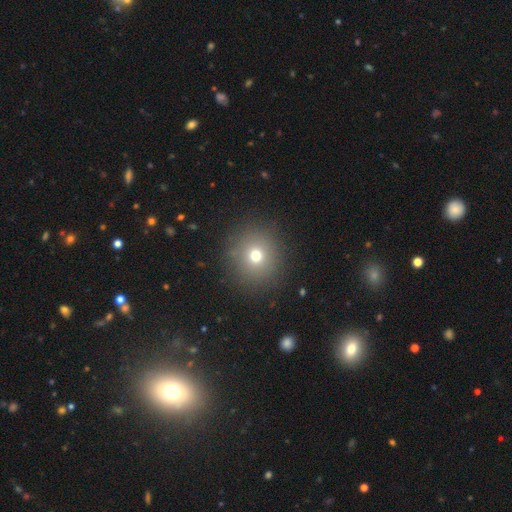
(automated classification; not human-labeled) Q: Smooth or featured?
A: smooth (71%); runner-up: star or artifact (17%)
Q: How rounded?
A: round (92%); runner-up: in between (7%)
Q: Merging?
A: none (88%); runner-up: minor disturbance (7%)